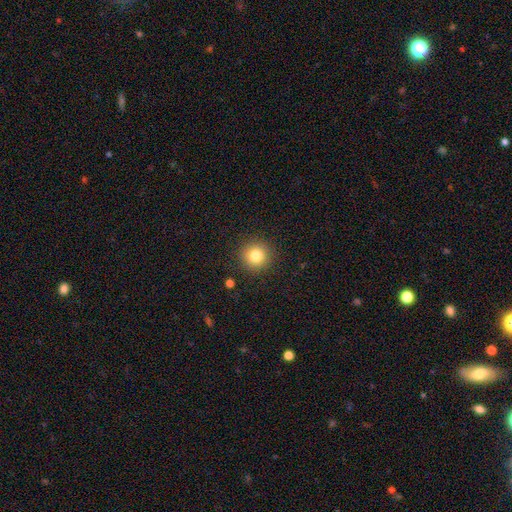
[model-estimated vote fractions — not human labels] Morphology: type=smooth (80%); roundness=round (94%); merging=none (91%).